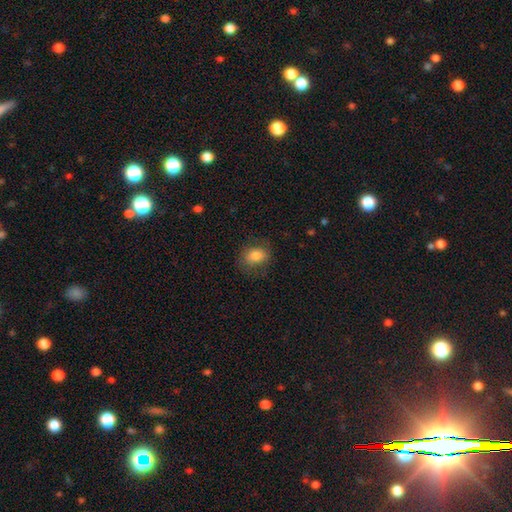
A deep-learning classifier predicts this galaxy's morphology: The model was most divided on "how rounded": in between: 56%, round: 43%, cigar-shaped: 1%. More confident: smooth or featured — smooth (78%); merging — none (74%).